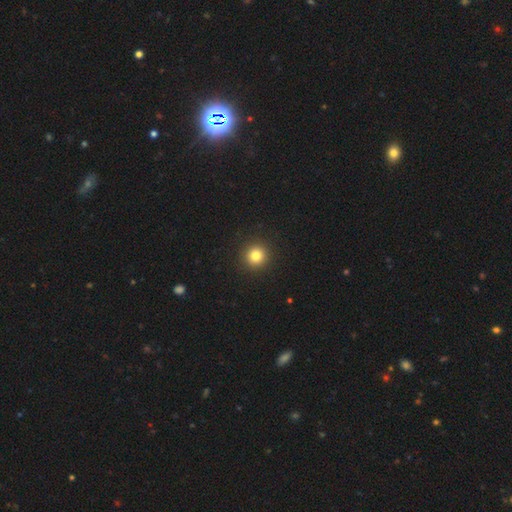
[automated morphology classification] Overall: smooth (82%). How rounded: round (94%). Merging: none (93%).